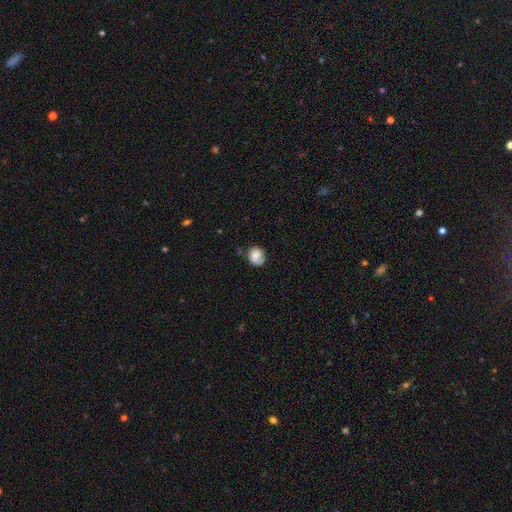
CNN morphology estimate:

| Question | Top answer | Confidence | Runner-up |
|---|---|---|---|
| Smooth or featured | smooth | 62% | featured or disk (30%) |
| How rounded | round | 68% | in between (31%) |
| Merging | none | 57% | minor disturbance (27%) |